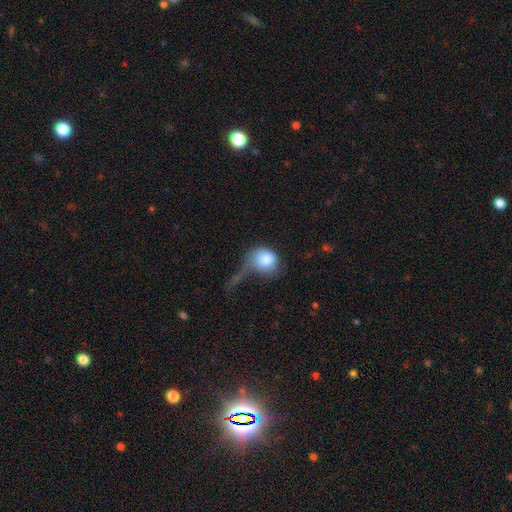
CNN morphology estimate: Smooth or featured? Predicted: smooth (p=0.46). Merging? Predicted: major disturbance (p=0.36).